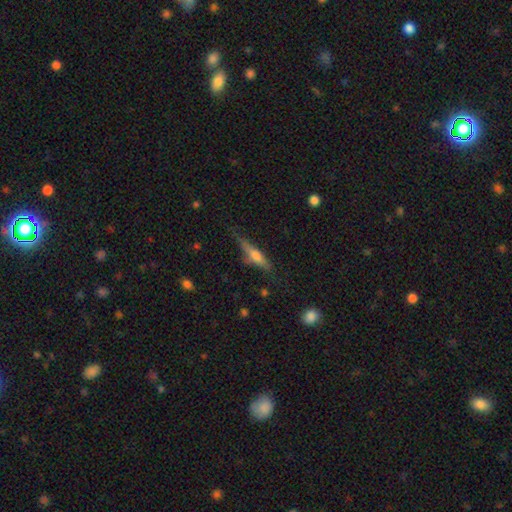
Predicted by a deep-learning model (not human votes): Q: Smooth or featured?
A: featured or disk (47%); runner-up: smooth (46%)
Q: Merging?
A: none (67%); runner-up: minor disturbance (23%)